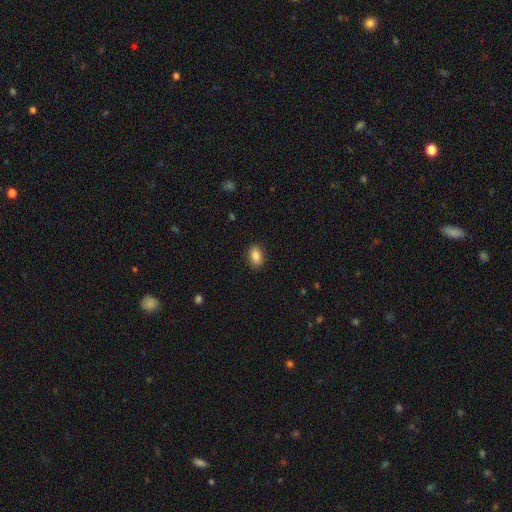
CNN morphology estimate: smooth 86%, star or artifact 8%, featured or disk 6%. Down the decision tree: how rounded — in between (84%); merging — none (89%).